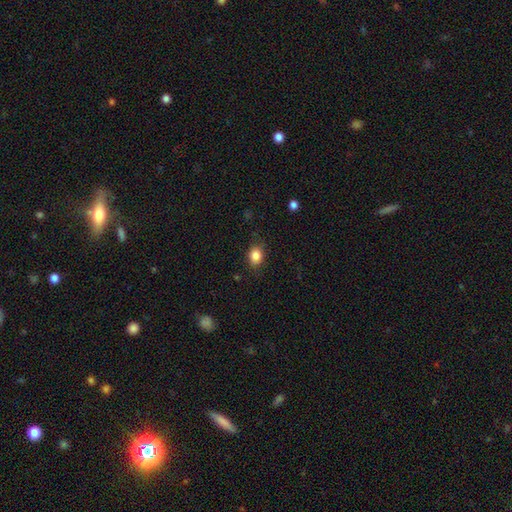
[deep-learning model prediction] A smooth galaxy with no disk features (85%) that is in between round and cigar-shaped (57%).

Vote fractions:
- Smooth or featured? smooth: 85% / star or artifact: 10% / featured or disk: 6%
- How rounded? in between: 57% / round: 42% / cigar-shaped: 1%
- Merging? none: 82% / minor disturbance: 13% / major disturbance: 3% / merger: 1%